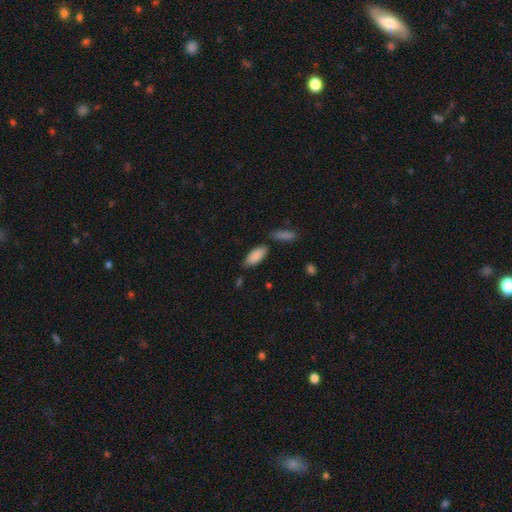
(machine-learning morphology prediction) smooth_or_featured: smooth (p=0.87) [alt: featured or disk p=0.07]
how_rounded: in between (p=0.85) [alt: cigar-shaped p=0.13]
merging: none (p=0.73) [alt: minor disturbance p=0.16]